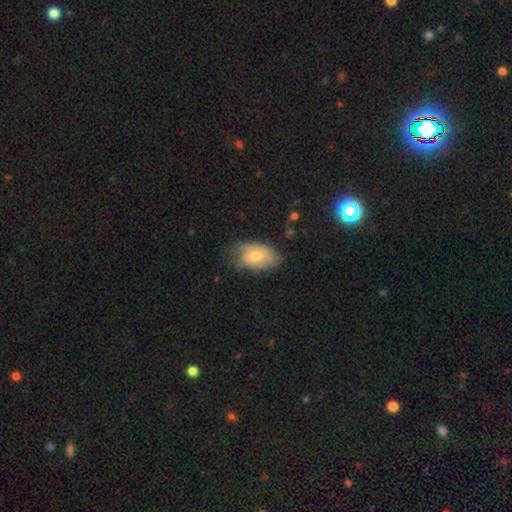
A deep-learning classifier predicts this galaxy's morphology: This appears to be a smooth galaxy with no disk features (56%) that is in between round and cigar-shaped (90%). Merging: none (55%).